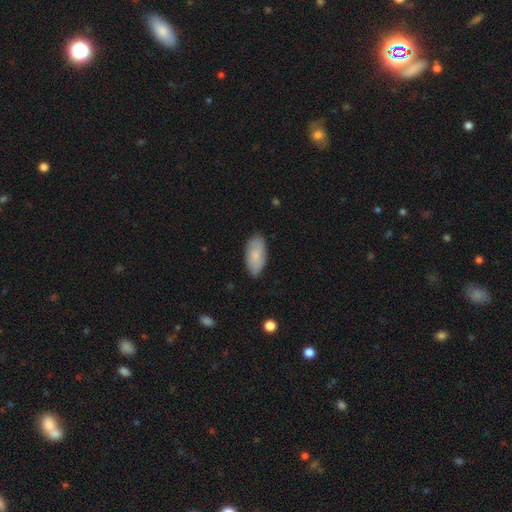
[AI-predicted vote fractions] Smooth or featured: smooth — 78% (featured or disk — 16%)
How rounded: in between — 93% (cigar-shaped — 5%)
Merging: none — 78% (minor disturbance — 18%)